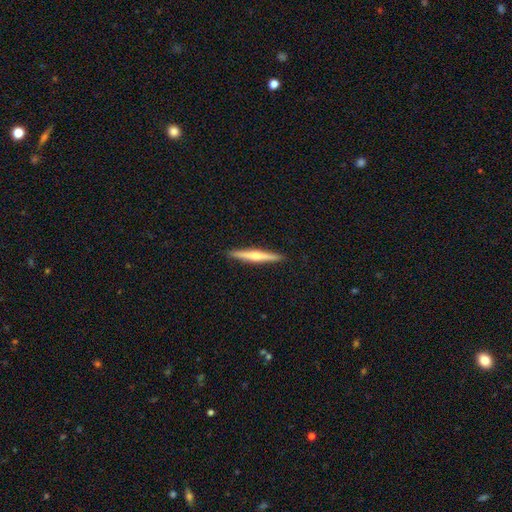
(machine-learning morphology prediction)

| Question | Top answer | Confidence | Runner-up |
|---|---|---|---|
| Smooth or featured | featured or disk | 61% | smooth (34%) |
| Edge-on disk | yes | 98% | no (2%) |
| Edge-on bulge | rounded | 77% | none (17%) |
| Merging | none | 92% | minor disturbance (6%) |